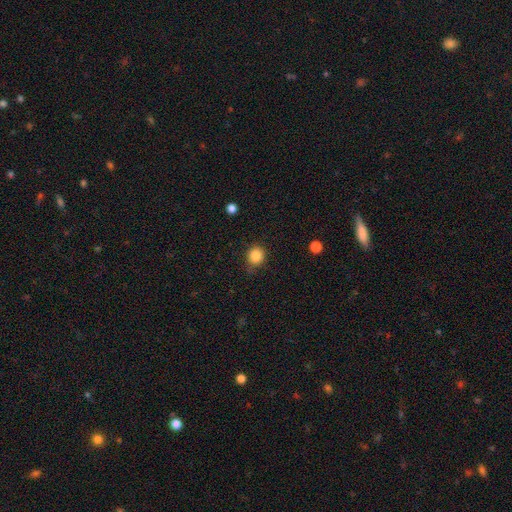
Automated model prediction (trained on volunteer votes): Q: Smooth or featured?
A: smooth (85%); runner-up: star or artifact (10%)
Q: How rounded?
A: round (84%); runner-up: in between (15%)
Q: Merging?
A: none (79%); runner-up: minor disturbance (16%)